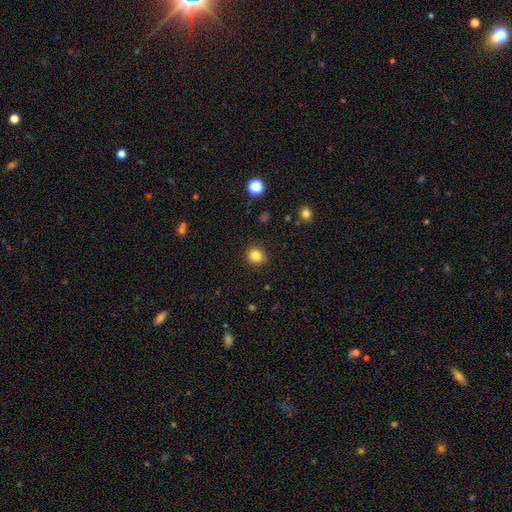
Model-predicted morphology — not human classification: Smooth or featured?
  - smooth: 83% *
  - star or artifact: 12%
  - featured or disk: 5%
How rounded?
  - round: 86% *
  - in between: 13%
  - cigar-shaped: 1%
Merging?
  - none: 91% *
  - minor disturbance: 6%
  - major disturbance: 2%
  - merger: 1%